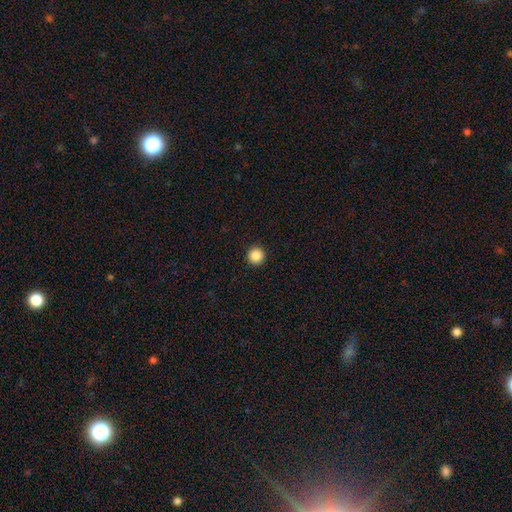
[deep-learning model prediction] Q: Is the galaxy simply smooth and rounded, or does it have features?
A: smooth — 87%.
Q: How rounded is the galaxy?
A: round — 96%.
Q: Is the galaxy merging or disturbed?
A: none — 94%.